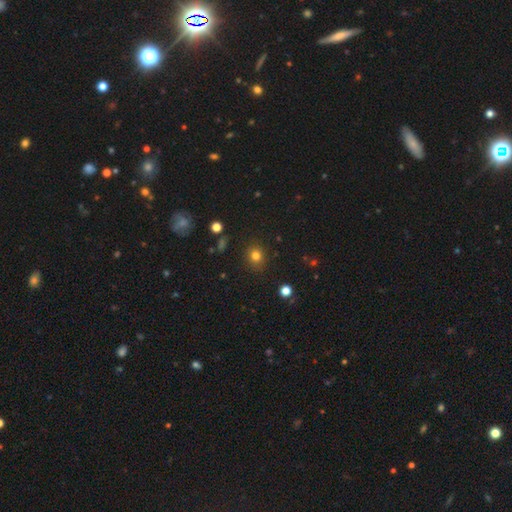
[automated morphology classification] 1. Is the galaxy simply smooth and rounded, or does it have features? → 79% smooth, 14% star or artifact, 6% featured or disk.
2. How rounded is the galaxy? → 80% round, 19% in between, 1% cigar-shaped.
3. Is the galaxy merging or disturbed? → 87% none, 8% minor disturbance, 3% major disturbance, 2% merger.